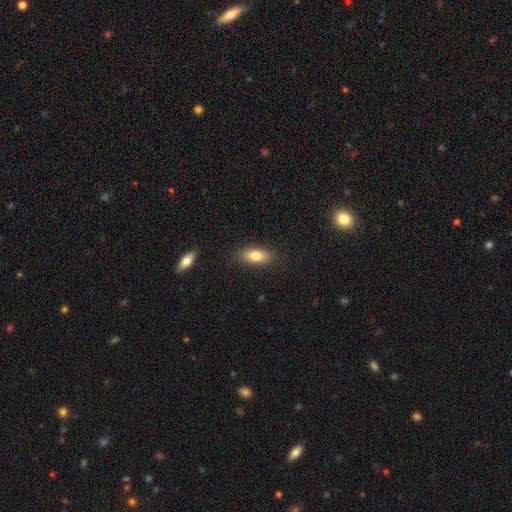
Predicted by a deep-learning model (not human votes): Smooth or featured: smooth — 81% (featured or disk — 12%)
How rounded: in between — 83% (cigar-shaped — 12%)
Merging: none — 86% (minor disturbance — 10%)